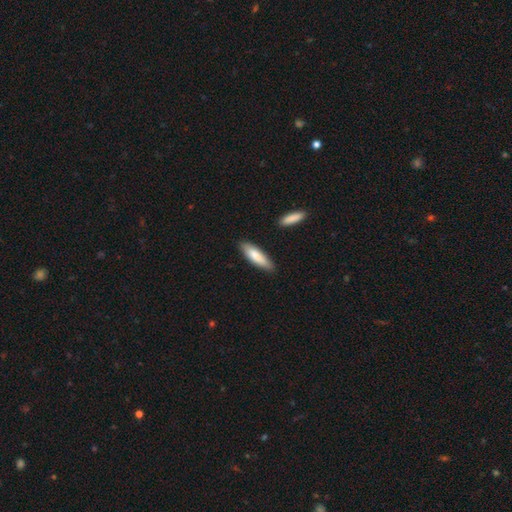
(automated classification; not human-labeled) Smooth or featured?
  - smooth: 80% *
  - featured or disk: 15%
  - star or artifact: 5%
How rounded?
  - cigar-shaped: 59% *
  - in between: 40%
  - round: 1%
Merging?
  - none: 84% *
  - minor disturbance: 12%
  - merger: 3%
  - major disturbance: 2%